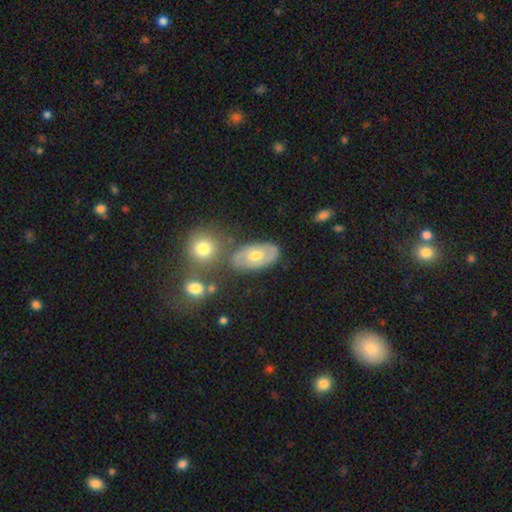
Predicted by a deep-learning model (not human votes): smooth_or_featured: featured or disk (p=0.58) [alt: smooth p=0.34]
disk_edge_on: no (p=0.93) [alt: yes p=0.07]
bar: no (p=0.80) [alt: weak p=0.16]
has_spiral_arms: no (p=0.51) [alt: yes p=0.49]
bulge_size: moderate (p=0.77) [alt: large p=0.11]
merging: none (p=0.73) [alt: minor disturbance p=0.14]